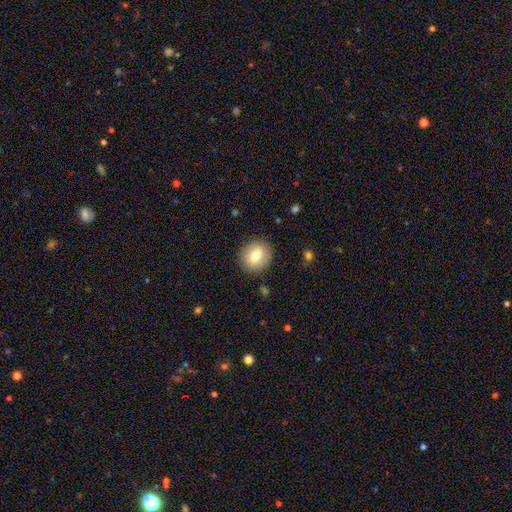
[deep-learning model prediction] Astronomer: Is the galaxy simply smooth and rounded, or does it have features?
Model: smooth — 75%.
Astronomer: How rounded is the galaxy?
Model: round — 76%.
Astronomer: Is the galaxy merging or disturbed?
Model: none — 88%.